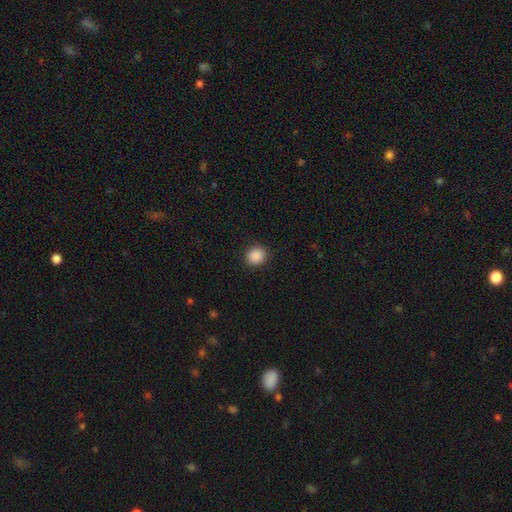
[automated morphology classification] type=smooth (89%); roundness=round (82%); merging=none (91%).